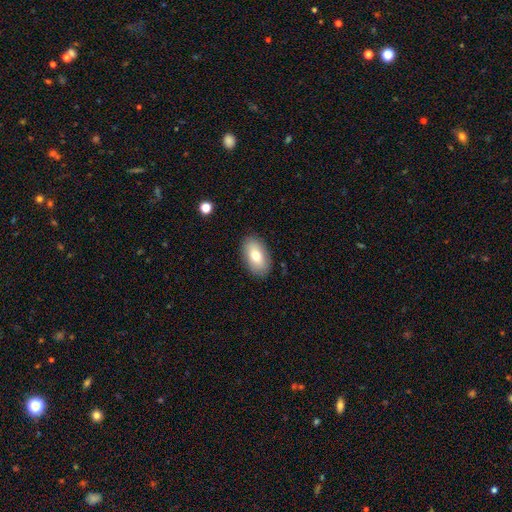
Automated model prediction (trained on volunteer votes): Smooth or featured? smooth (77%)
How rounded? in between (93%)
Merging? none (88%)